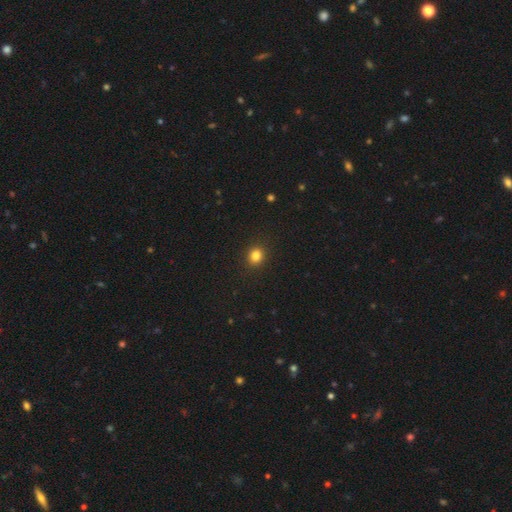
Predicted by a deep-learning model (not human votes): Morphology: type=smooth (83%); roundness=round (70%); merging=none (90%).